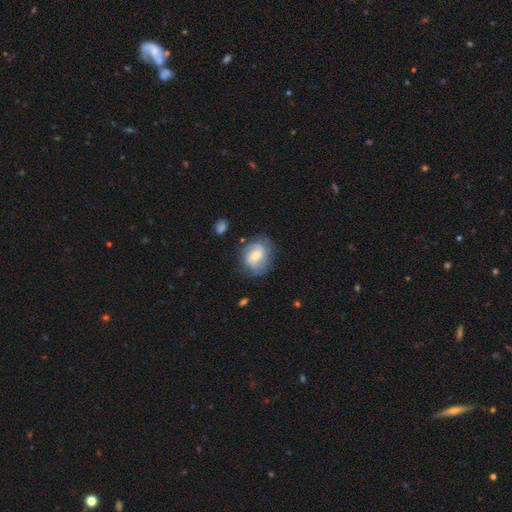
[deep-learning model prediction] This appears to be a featured or disk galaxy (59%) with no bar (45%), 2 (54%) medium (43%) spiral arms (87%) and a small central bulge (44%). Merging: none (66%).